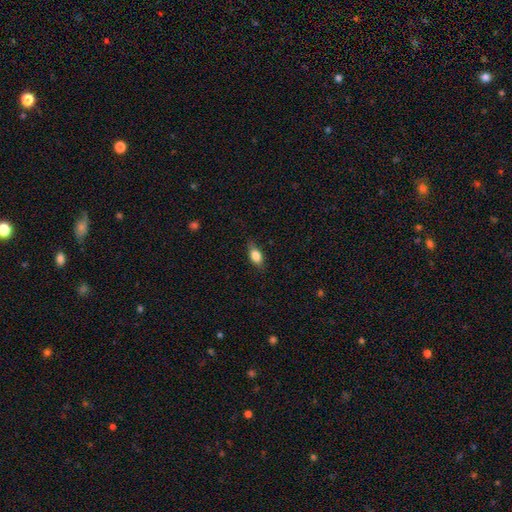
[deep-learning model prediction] This is clearly a smooth galaxy (82%). How rounded: clearly in between (82%). Merging: likely none (77%).